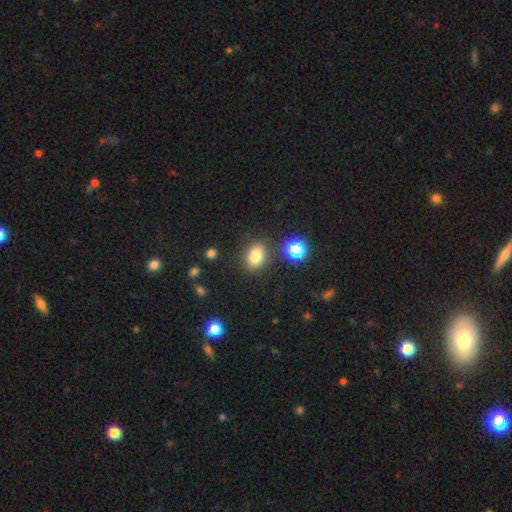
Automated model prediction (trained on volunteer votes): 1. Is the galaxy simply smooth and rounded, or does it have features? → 76% smooth, 16% star or artifact, 8% featured or disk.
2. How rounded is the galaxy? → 56% in between, 42% round, 1% cigar-shaped.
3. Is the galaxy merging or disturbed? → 83% none, 9% minor disturbance, 4% merger, 3% major disturbance.